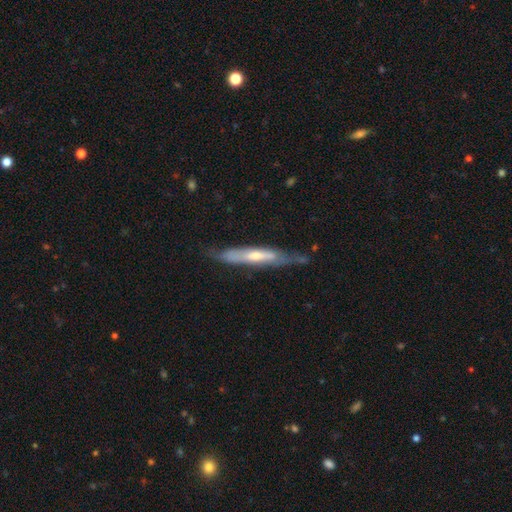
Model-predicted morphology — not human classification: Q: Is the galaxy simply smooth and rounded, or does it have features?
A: featured or disk — 60%.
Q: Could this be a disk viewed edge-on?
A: yes — 75%.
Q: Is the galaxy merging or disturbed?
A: none — 64%.